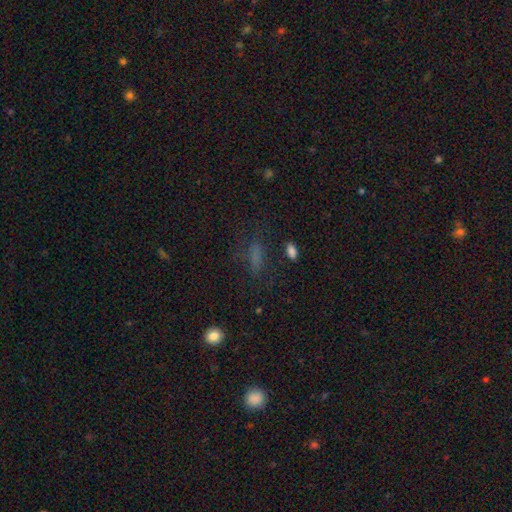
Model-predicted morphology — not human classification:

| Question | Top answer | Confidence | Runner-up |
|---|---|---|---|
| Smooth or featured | smooth | 62% | star or artifact (24%) |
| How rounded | in between | 51% | cigar-shaped (42%) |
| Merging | none | 65% | minor disturbance (18%) |